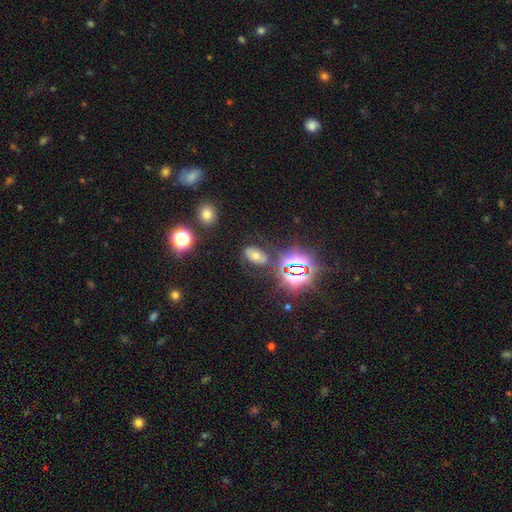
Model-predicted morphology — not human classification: Smooth or featured?
  - star or artifact: 42% *
  - smooth: 36%
  - featured or disk: 22%